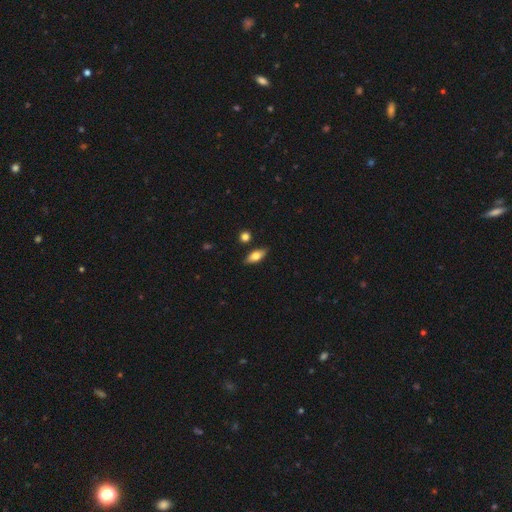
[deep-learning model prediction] Smooth or featured?
  - smooth: 65% *
  - featured or disk: 28%
  - star or artifact: 7%
How rounded?
  - in between: 76% *
  - cigar-shaped: 20%
  - round: 4%
Merging?
  - none: 85% *
  - minor disturbance: 10%
  - merger: 3%
  - major disturbance: 2%